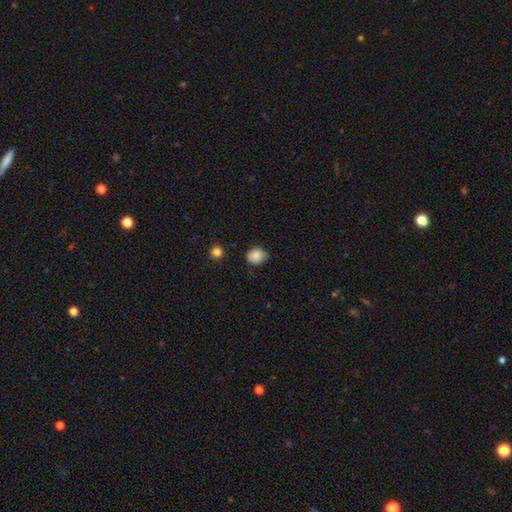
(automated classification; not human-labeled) This is clearly a smooth galaxy (86%). How rounded: likely round (75%). Merging: likely none (69%).